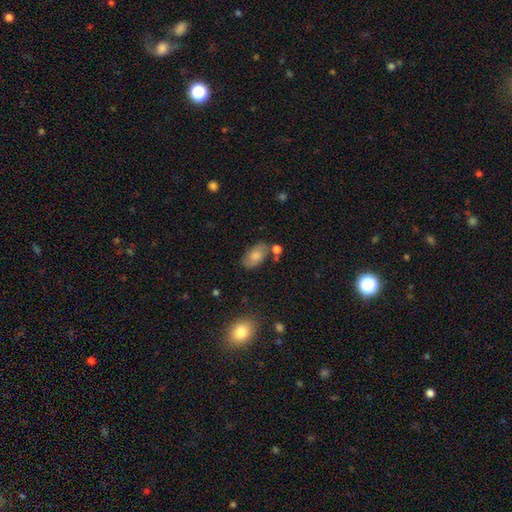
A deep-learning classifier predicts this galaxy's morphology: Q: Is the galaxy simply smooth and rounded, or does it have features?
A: smooth — 66%.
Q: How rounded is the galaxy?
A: in between — 92%.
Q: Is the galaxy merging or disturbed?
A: none — 65%.